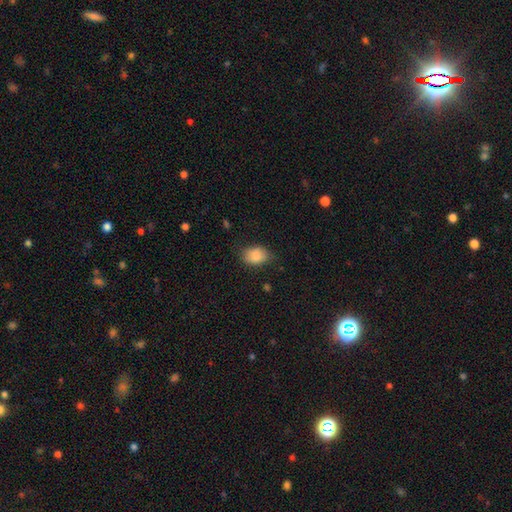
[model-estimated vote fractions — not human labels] This appears to be a smooth galaxy with no disk features (86%) that is in between round and cigar-shaped (77%). Merging: none (74%).